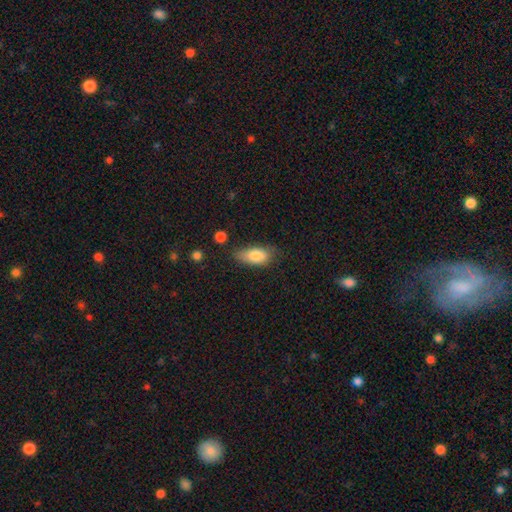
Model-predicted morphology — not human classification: smooth 81%, featured or disk 12%, star or artifact 7%. Down the decision tree: how rounded — in between (86%); merging — none (59%).